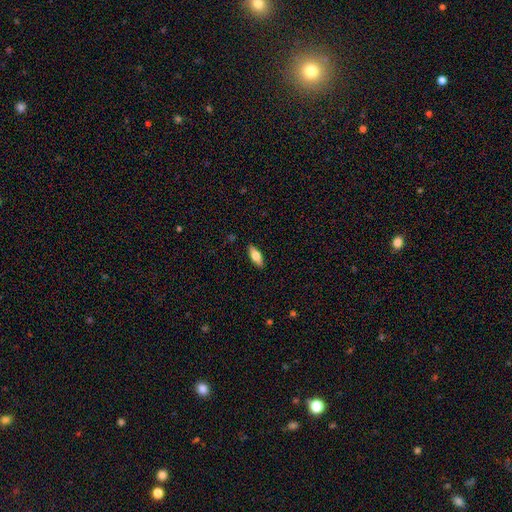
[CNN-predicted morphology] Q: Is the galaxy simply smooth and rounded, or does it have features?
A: smooth — 72%.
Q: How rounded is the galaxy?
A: in between — 76%.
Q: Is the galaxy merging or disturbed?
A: none — 89%.